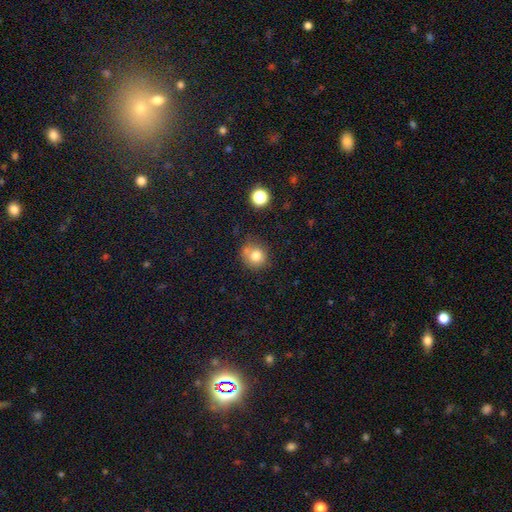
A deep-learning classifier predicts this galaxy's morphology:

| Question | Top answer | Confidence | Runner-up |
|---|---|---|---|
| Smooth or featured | smooth | 77% | star or artifact (12%) |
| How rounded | round | 85% | in between (14%) |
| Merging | none | 62% | minor disturbance (19%) |